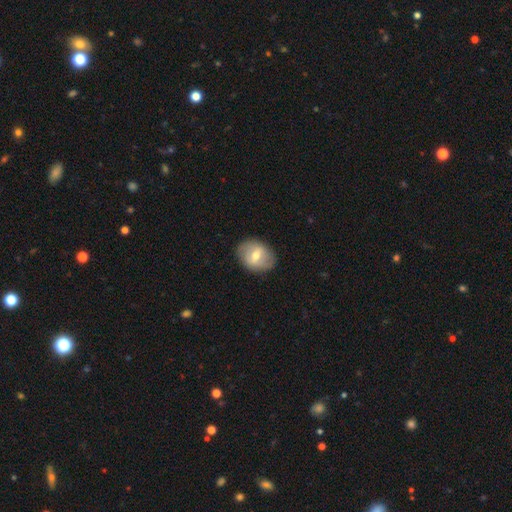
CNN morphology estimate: smooth-or-featured: smooth: 50% | featured or disk: 43% | star or artifact: 7%
  merging: none: 83% | minor disturbance: 12% | major disturbance: 3% | merger: 1%